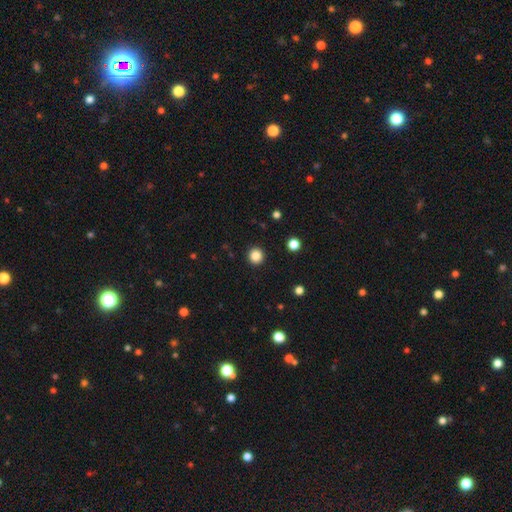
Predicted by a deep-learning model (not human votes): Smooth or featured: smooth — 85% (star or artifact — 11%)
How rounded: round — 94% (in between — 5%)
Merging: none — 93% (minor disturbance — 4%)